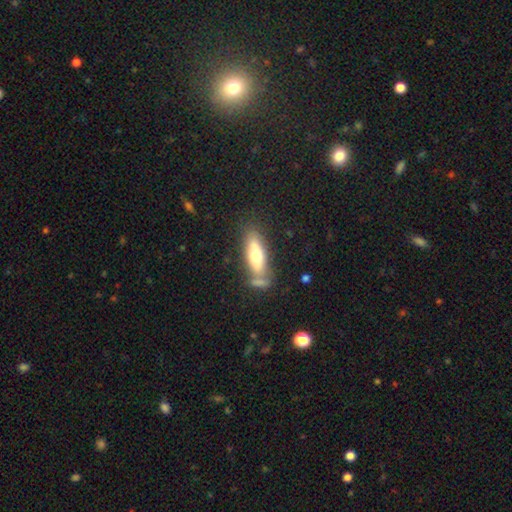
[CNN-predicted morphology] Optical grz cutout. It shows a smooth galaxy with no disk features (61%) that is in between round and cigar-shaped (61%). Merging: none (60%).